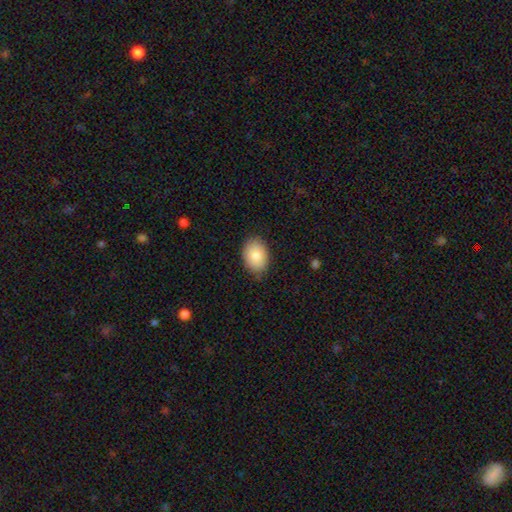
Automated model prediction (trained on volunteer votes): This is clearly a smooth galaxy (85%). How rounded: likely in between (79%). Merging: clearly none (81%).